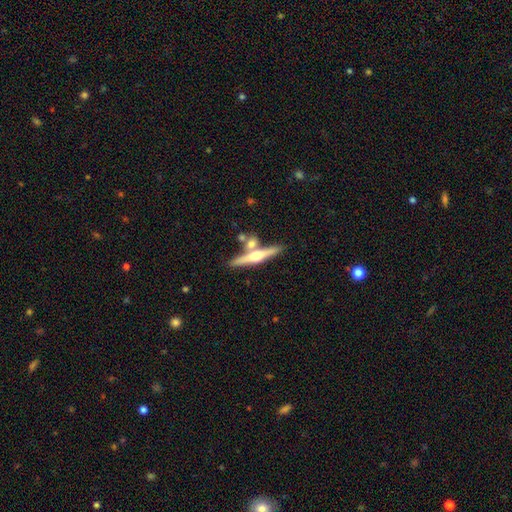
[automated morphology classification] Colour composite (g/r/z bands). It shows a featured or disk galaxy (69%) viewed edge-on (97%) with a rounded central bulge (92%). Merging: none (70%).